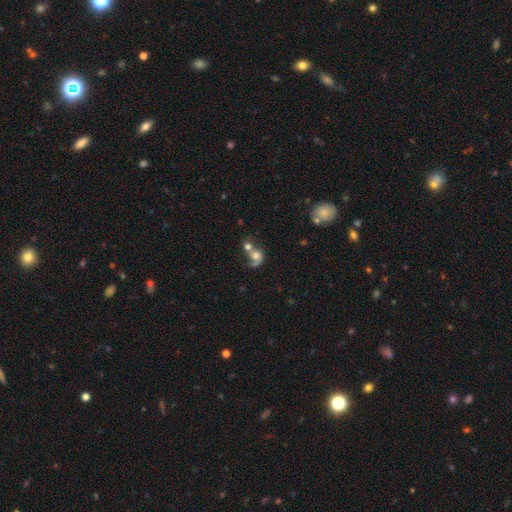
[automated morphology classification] Smooth or featured? smooth (49%)
Merging? merger (58%)